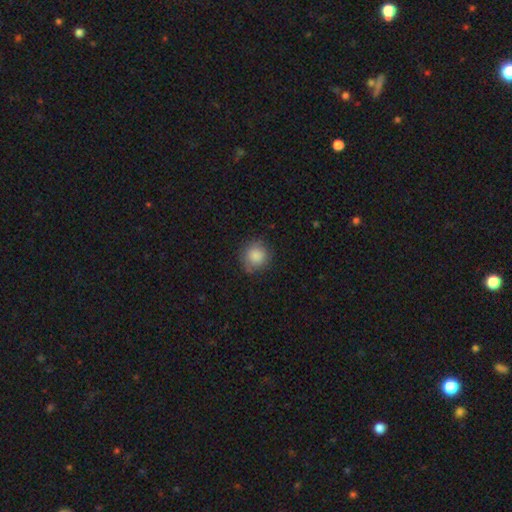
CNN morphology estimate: This is clearly a smooth galaxy (86%). How rounded: clearly round (92%). Merging: clearly none (82%).